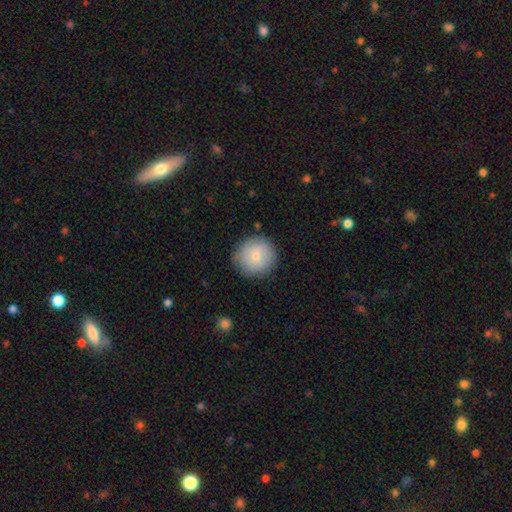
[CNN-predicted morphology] This is likely a smooth galaxy (78%). How rounded: clearly round (93%). Merging: clearly none (85%).